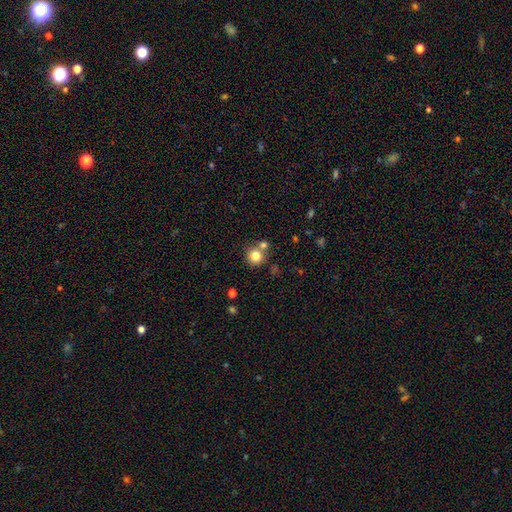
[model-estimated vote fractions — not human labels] smooth 81%, star or artifact 11%, featured or disk 8%. Down the decision tree: how rounded — round (91%); merging — none (65%).